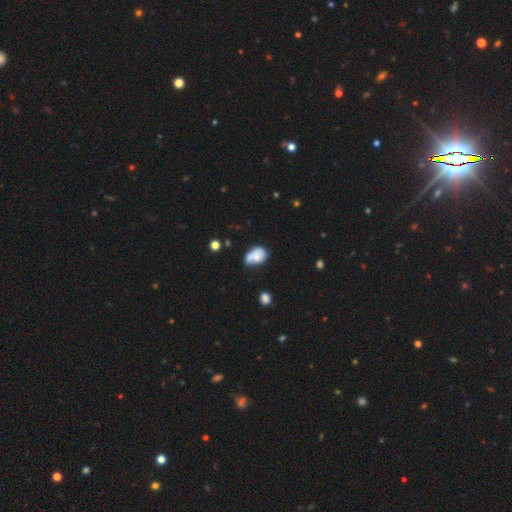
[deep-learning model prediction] Morphology: type=smooth (63%); roundness=in between (72%); merging=merger (35%).